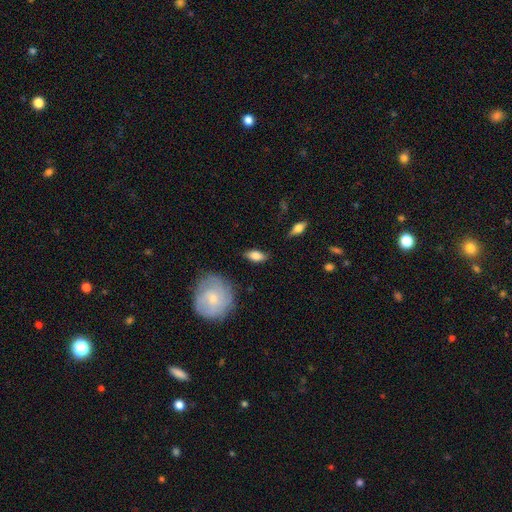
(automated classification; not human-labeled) Smooth or featured: smooth — 72% (featured or disk — 21%)
How rounded: in between — 81% (cigar-shaped — 14%)
Merging: none — 82% (minor disturbance — 13%)